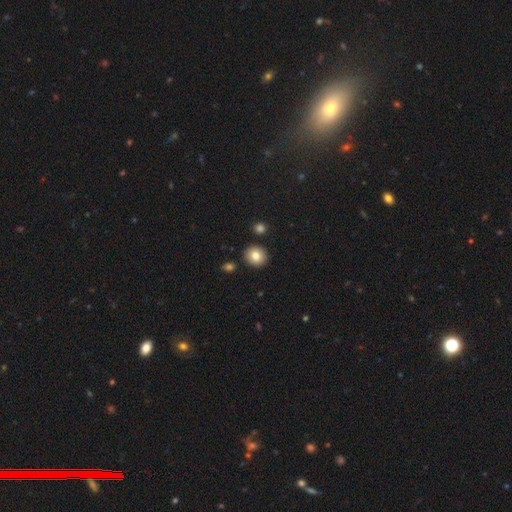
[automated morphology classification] smooth_or_featured: smooth (p=0.83) [alt: star or artifact p=0.09]
how_rounded: round (p=0.85) [alt: in between p=0.14]
merging: none (p=0.89) [alt: minor disturbance p=0.06]